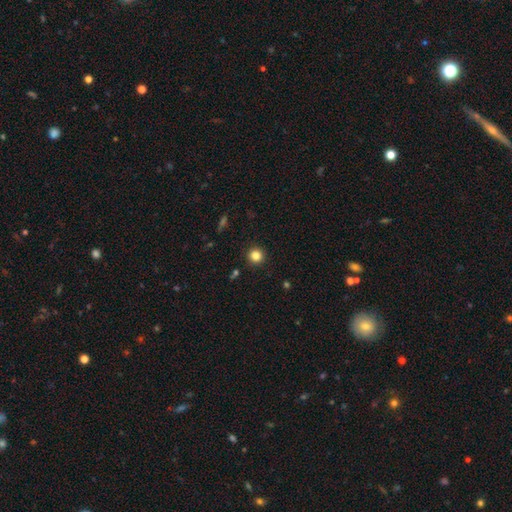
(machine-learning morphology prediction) The model was most divided on "smooth or featured": smooth: 83%, star or artifact: 12%, featured or disk: 5%. More confident: how rounded — round (95%); merging — none (92%).